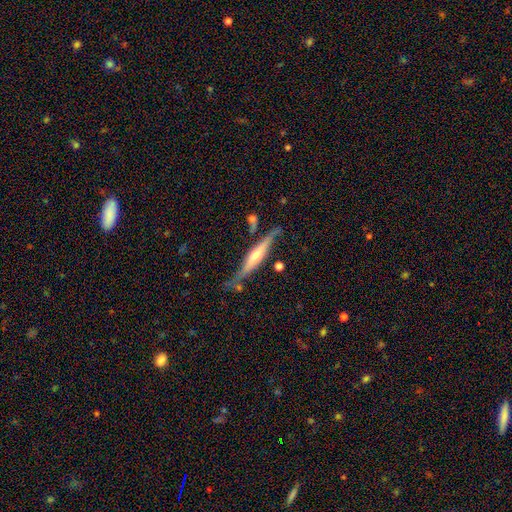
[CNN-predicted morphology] This appears to be a featured or disk galaxy (69%) viewed edge-on (94%) with a rounded central bulge (81%). Merging: none (71%).